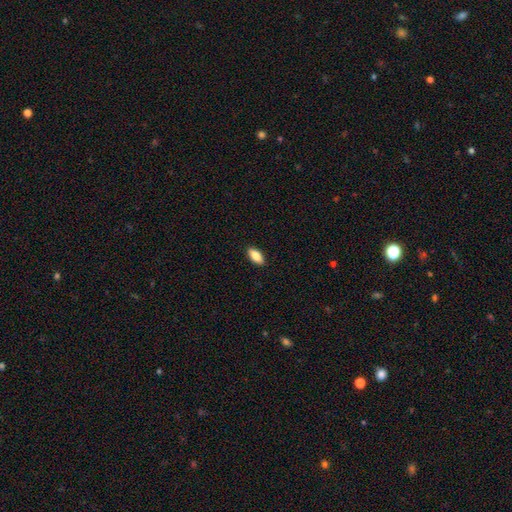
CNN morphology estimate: type=smooth (84%); roundness=in between (89%); merging=none (90%).